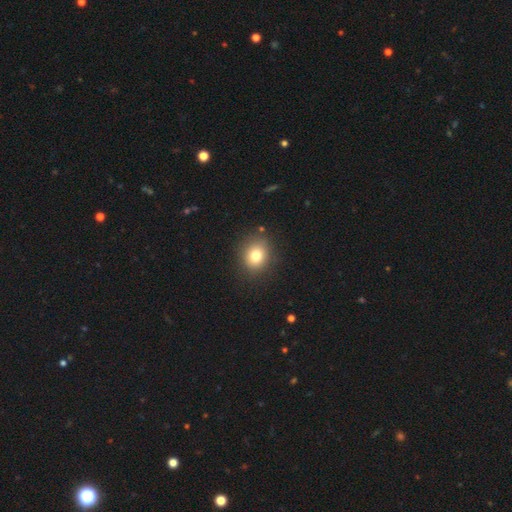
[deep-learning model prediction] Morphology: type=smooth (79%); roundness=round (69%); merging=none (85%).